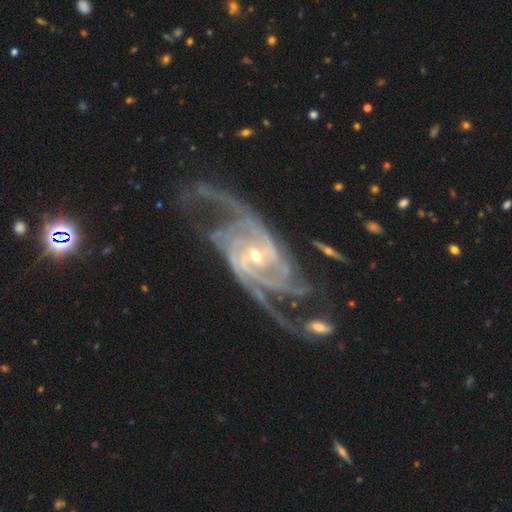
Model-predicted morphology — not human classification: Smooth or featured?
  - featured or disk: 93% *
  - star or artifact: 5%
  - smooth: 2%
Edge-on disk?
  - no: 97% *
  - yes: 3%
Bar?
  - weak: 42% *
  - no: 32%
  - strong: 26%
Spiral arms?
  - yes: 98% *
  - no: 2%
Spiral winding?
  - medium: 47% *
  - tight: 38%
  - loose: 15%
Spiral arm count?
  - 2: 34% *
  - 3: 23%
  - 4: 15%
  - can't tell: 13%
  - more than 4: 8%
  - 1: 7%
Bulge size?
  - small: 58% *
  - moderate: 38%
  - large: 2%
  - none: 1%
  - dominant: 1%
Merging?
  - none: 58% *
  - minor disturbance: 18%
  - major disturbance: 17%
  - merger: 6%